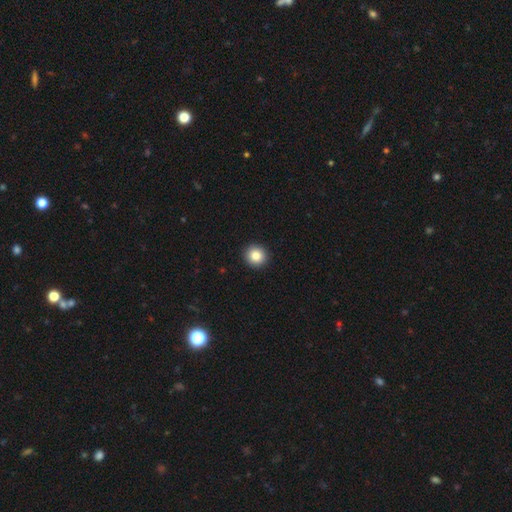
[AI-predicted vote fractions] Q: Smooth or featured?
A: smooth (85%); runner-up: star or artifact (9%)
Q: How rounded?
A: round (92%); runner-up: in between (7%)
Q: Merging?
A: none (93%); runner-up: minor disturbance (4%)